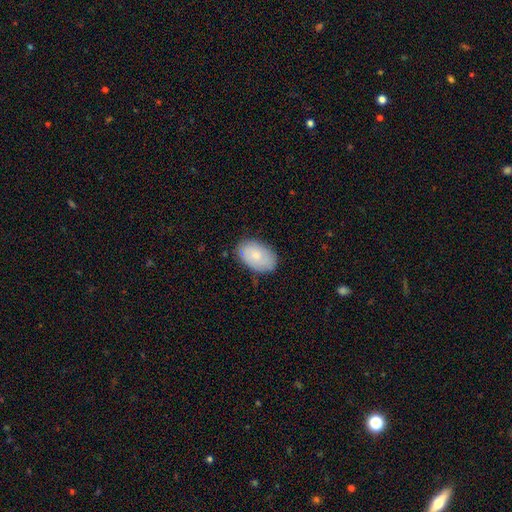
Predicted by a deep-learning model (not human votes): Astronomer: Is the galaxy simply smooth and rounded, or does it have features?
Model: smooth — 72%.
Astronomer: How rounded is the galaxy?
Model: in between — 91%.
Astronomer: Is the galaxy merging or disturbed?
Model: none — 80%.